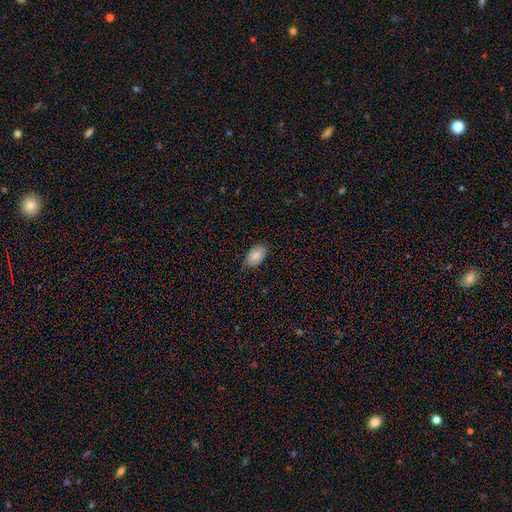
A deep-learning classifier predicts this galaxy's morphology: Q: Smooth or featured?
A: smooth (84%); runner-up: featured or disk (9%)
Q: How rounded?
A: in between (92%); runner-up: round (7%)
Q: Merging?
A: none (78%); runner-up: minor disturbance (18%)